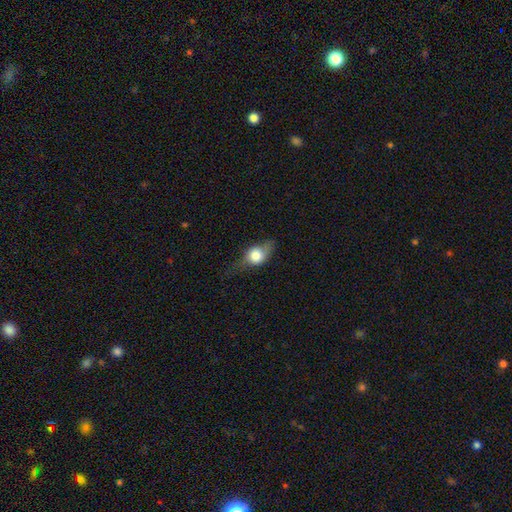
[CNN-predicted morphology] smooth_or_featured: smooth (p=0.65) [alt: featured or disk p=0.26]
how_rounded: in between (p=0.52) [alt: round p=0.43]
merging: none (p=0.42) [alt: minor disturbance p=0.35]